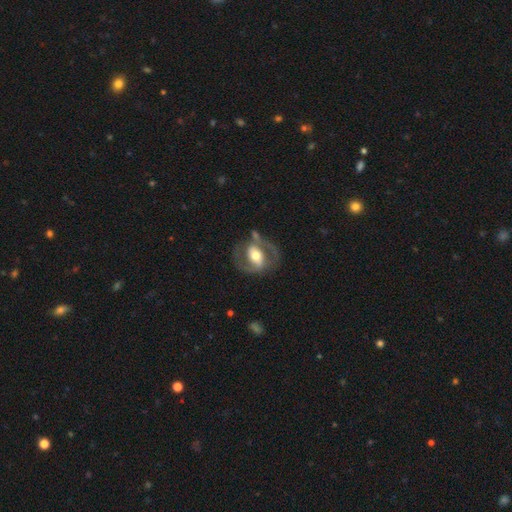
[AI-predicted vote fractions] smooth-or-featured: featured or disk: 77% | smooth: 18% | star or artifact: 5%
  disk-edge-on: no: 95% | yes: 5%
    bar: strong: 37% | weak: 33% | no: 30%
    has-spiral-arms: yes: 76% | no: 24%
      spiral-winding: medium: 53% | tight: 25% | loose: 22%
      spiral-arm-count: 2: 85% | can't tell: 7% | 1: 6% | 3: 1% | 4: 1% | more than 4: 1%
    bulge-size: moderate: 67% | large: 18% | small: 13% | dominant: 2% | none: 1%
  merging: none: 65% | minor disturbance: 17% | major disturbance: 13% | merger: 5%